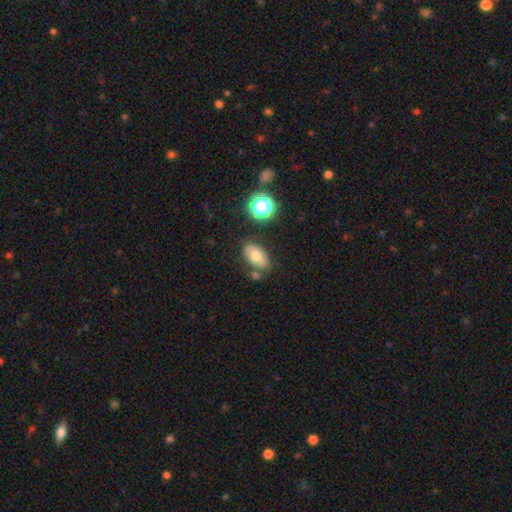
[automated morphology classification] Q: Smooth or featured?
A: smooth (70%); runner-up: featured or disk (19%)
Q: How rounded?
A: in between (88%); runner-up: round (10%)
Q: Merging?
A: none (71%); runner-up: minor disturbance (15%)